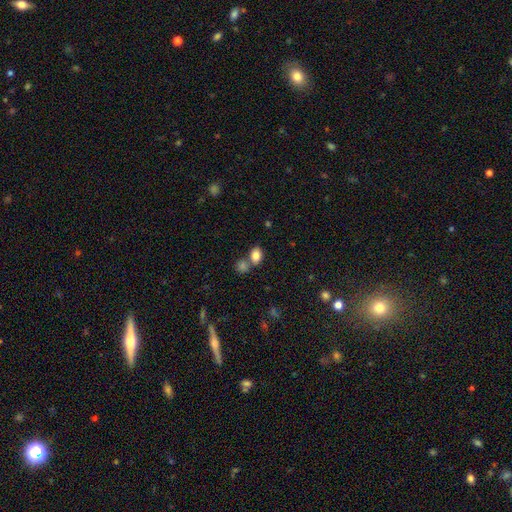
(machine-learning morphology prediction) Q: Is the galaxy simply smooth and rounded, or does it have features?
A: smooth — 84%.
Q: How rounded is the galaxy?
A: in between — 80%.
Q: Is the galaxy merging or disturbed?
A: none — 57%.